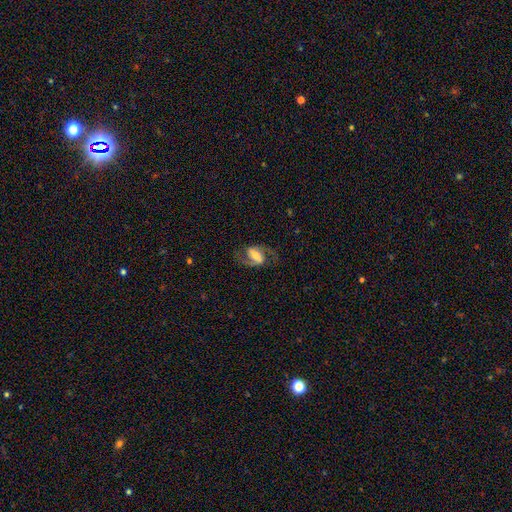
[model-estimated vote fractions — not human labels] This appears to be a featured or disk galaxy (78%) with a strong bar (45%), 2 (91%) medium (53%) spiral arms (94%) and a moderate central bulge (39%). Merging: none (72%).